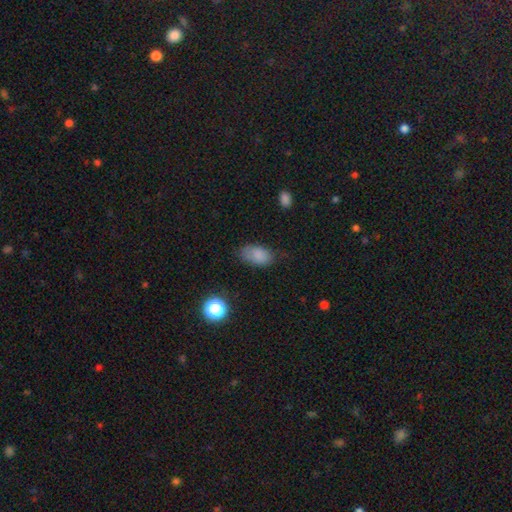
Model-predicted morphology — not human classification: smooth 82%, star or artifact 10%, featured or disk 8%. Down the decision tree: how rounded — in between (91%); merging — none (68%).